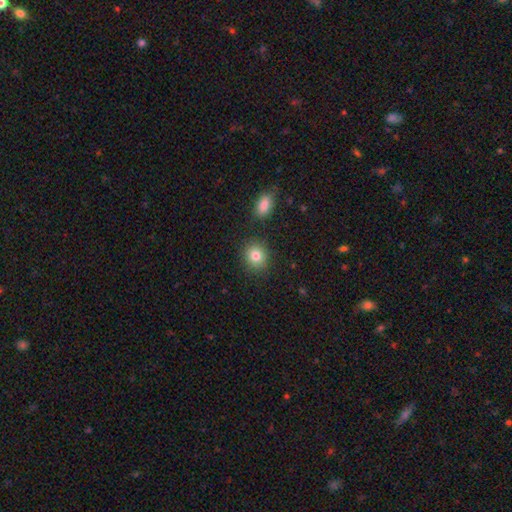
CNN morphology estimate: A smooth galaxy with no disk features (83%) that is round (79%).

Vote fractions:
- Smooth or featured? smooth: 83% / star or artifact: 10% / featured or disk: 7%
- How rounded? round: 79% / in between: 20% / cigar-shaped: 1%
- Merging? none: 85% / minor disturbance: 8% / merger: 4% / major disturbance: 3%